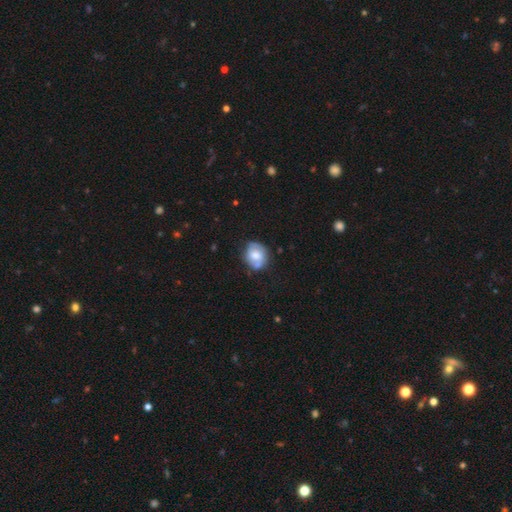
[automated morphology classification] smooth-or-featured: smooth: 54% | featured or disk: 39% | star or artifact: 8%
  how-rounded: round: 61% | in between: 38% | cigar-shaped: 1%
  merging: none: 58% | minor disturbance: 26% | merger: 8% | major disturbance: 7%